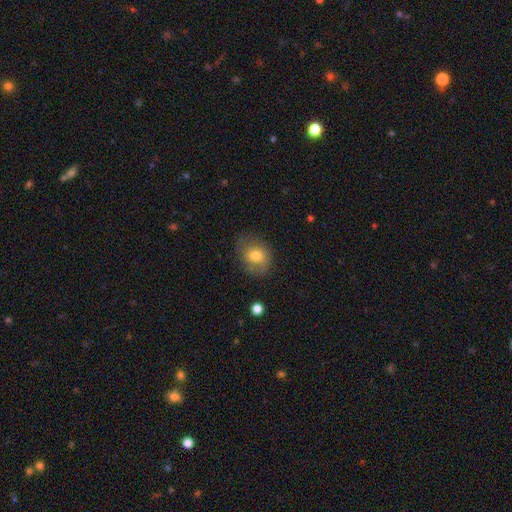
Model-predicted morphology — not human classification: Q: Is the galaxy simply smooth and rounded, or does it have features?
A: smooth — 72%.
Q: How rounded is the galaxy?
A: round — 56%.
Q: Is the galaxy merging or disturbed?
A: none — 67%.